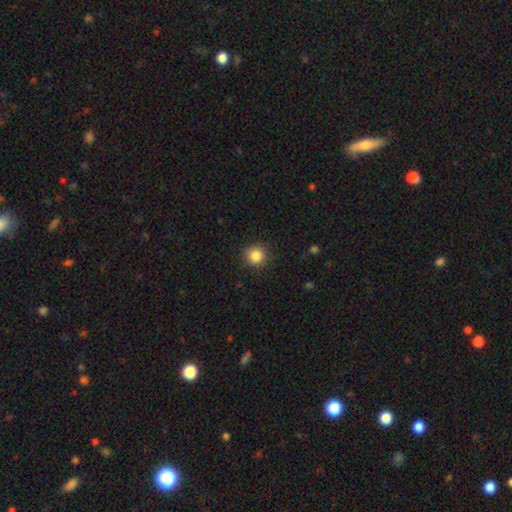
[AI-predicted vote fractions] Smooth or featured? smooth (85%)
How rounded? round (93%)
Merging? none (89%)